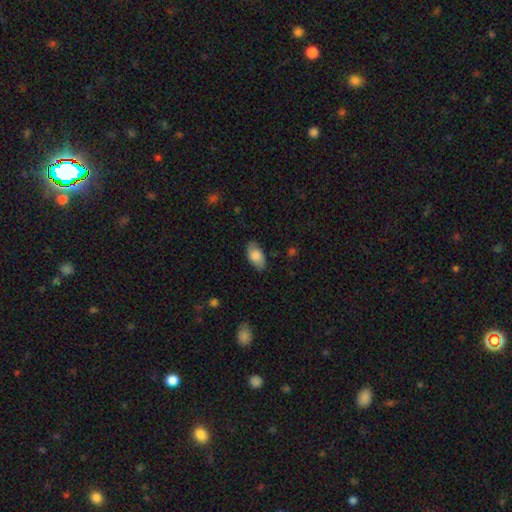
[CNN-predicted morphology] The model was most divided on "merging": none: 77%, minor disturbance: 17%, major disturbance: 4%, merger: 1%. More confident: how rounded — in between (93%); smooth or featured — smooth (77%).